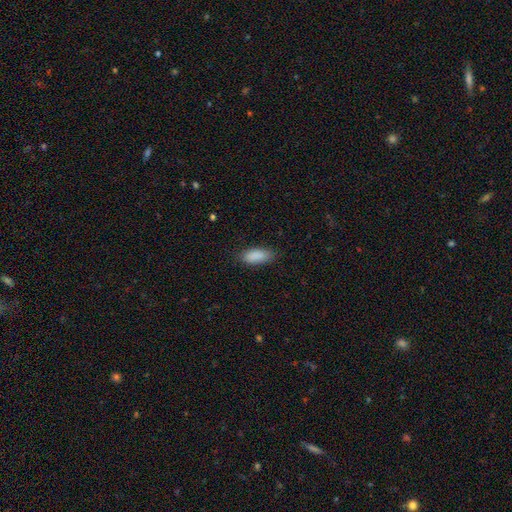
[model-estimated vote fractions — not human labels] Smooth or featured? Predicted: smooth (p=0.90). How rounded? Predicted: in between (p=0.83). Merging? Predicted: none (p=0.83).